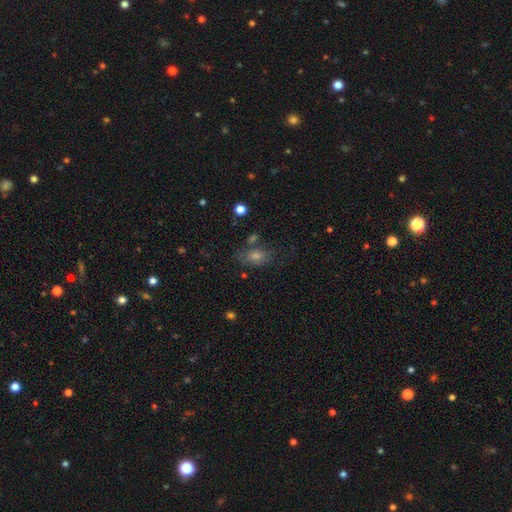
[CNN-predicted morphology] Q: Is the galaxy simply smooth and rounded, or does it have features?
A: smooth — 52%.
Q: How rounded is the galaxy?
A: in between — 74%.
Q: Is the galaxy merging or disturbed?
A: none — 62%.